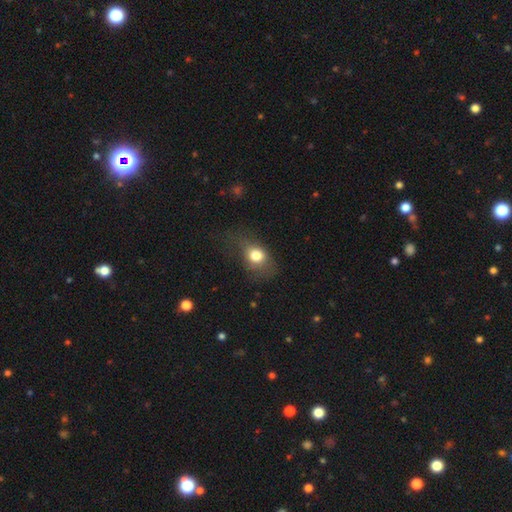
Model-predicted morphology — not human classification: type=smooth (76%); roundness=in between (58%); merging=none (45%).